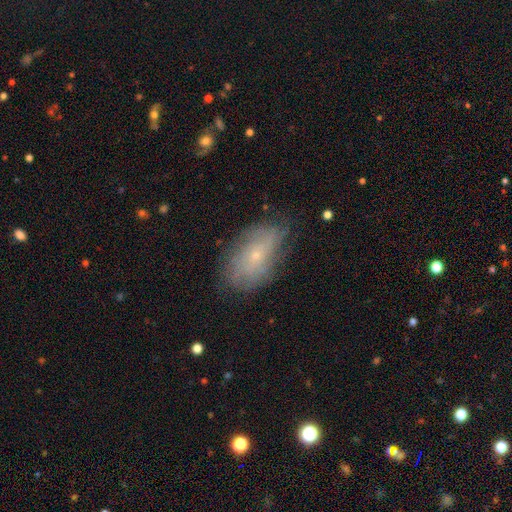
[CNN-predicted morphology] This is possibly a featured or disk galaxy (49%). Merging: likely none (71%).